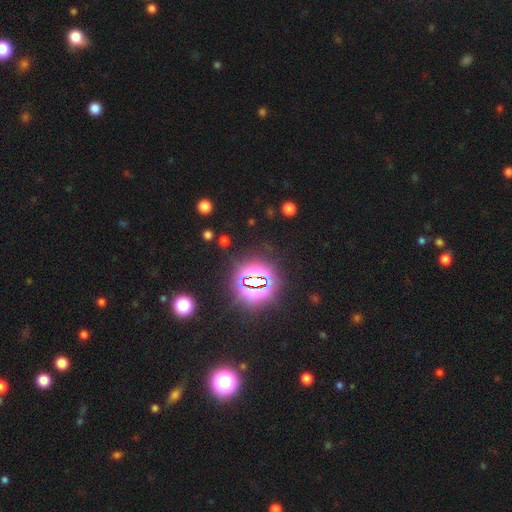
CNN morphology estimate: star or artifact 84%, smooth 10%, featured or disk 6%.